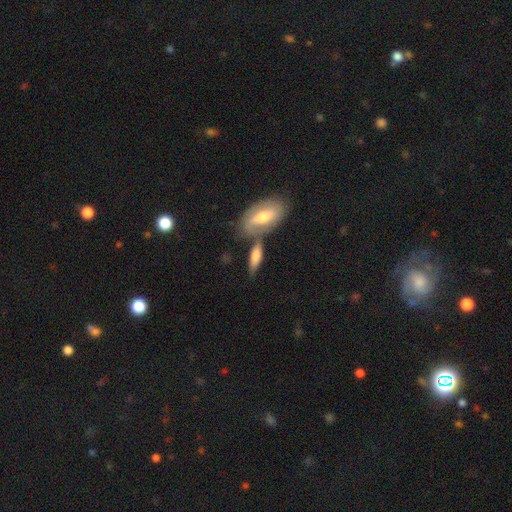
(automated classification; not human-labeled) smooth 69%, featured or disk 25%, star or artifact 6%. Down the decision tree: how rounded — in between (62%); merging — none (48%).